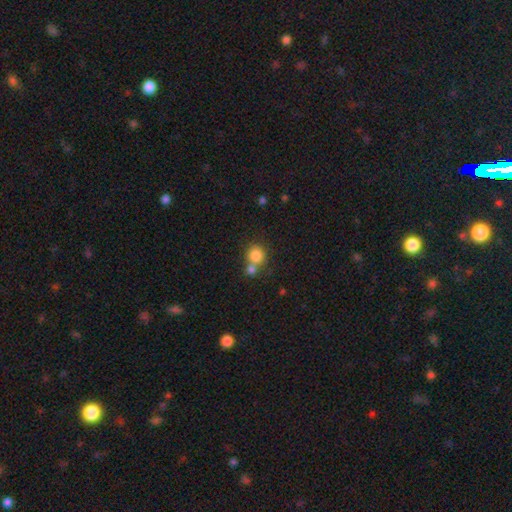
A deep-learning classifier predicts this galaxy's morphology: Overall: smooth (83%). How rounded: round (87%). Merging: none (54%; merger 35%).